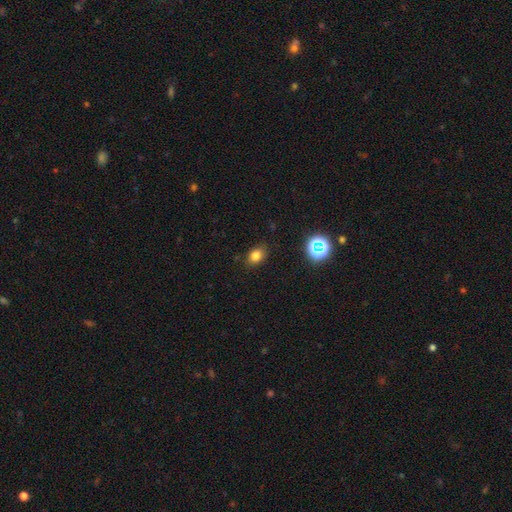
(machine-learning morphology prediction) smooth-or-featured: smooth: 78% | star or artifact: 15% | featured or disk: 6%
  how-rounded: in between: 67% | round: 32% | cigar-shaped: 1%
  merging: none: 83% | minor disturbance: 12% | major disturbance: 3% | merger: 1%